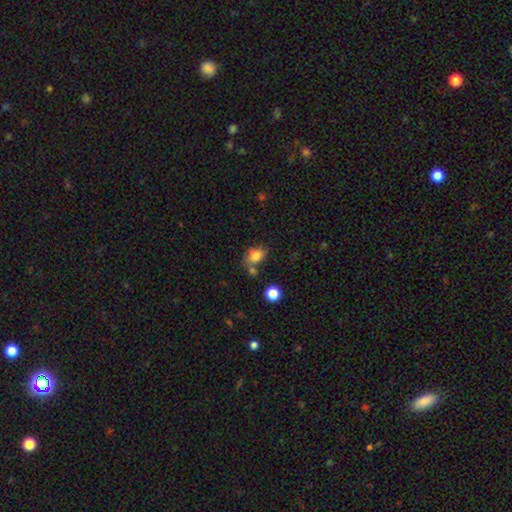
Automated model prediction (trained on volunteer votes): A smooth galaxy with no disk features (81%) that is in between round and cigar-shaped (69%). Merging: none (57%).